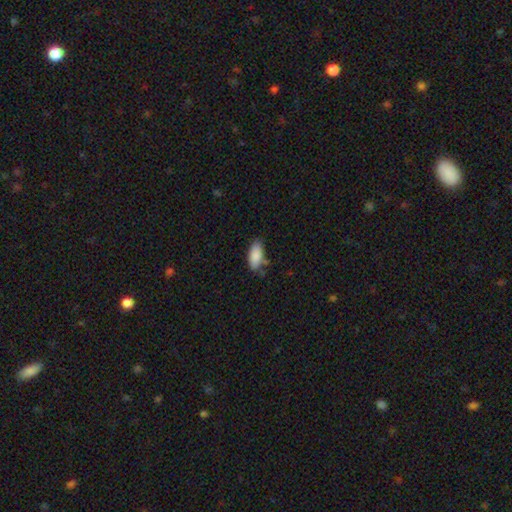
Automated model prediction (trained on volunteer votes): Smooth or featured? smooth (88%)
How rounded? in between (88%)
Merging? none (70%)